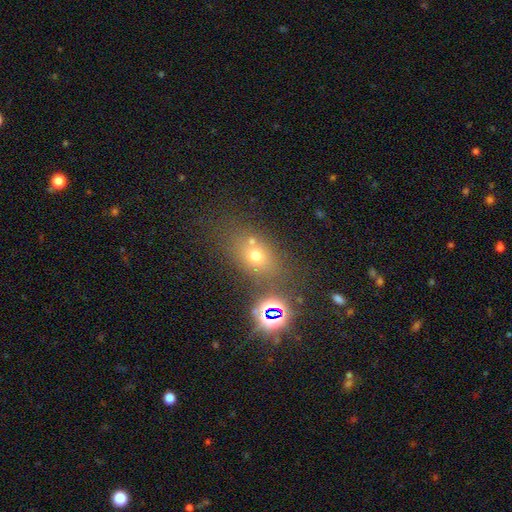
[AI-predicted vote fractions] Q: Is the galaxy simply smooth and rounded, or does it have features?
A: smooth — 60%.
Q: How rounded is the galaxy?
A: in between — 55%.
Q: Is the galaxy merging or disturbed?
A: none — 65%.